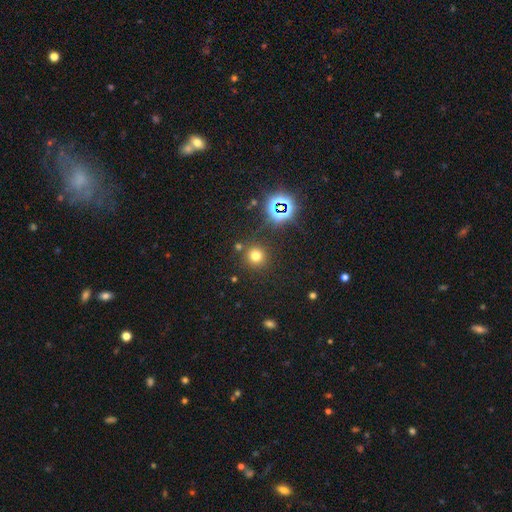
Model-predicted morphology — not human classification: This is likely a smooth galaxy (67%). How rounded: clearly round (93%). Merging: clearly none (83%).